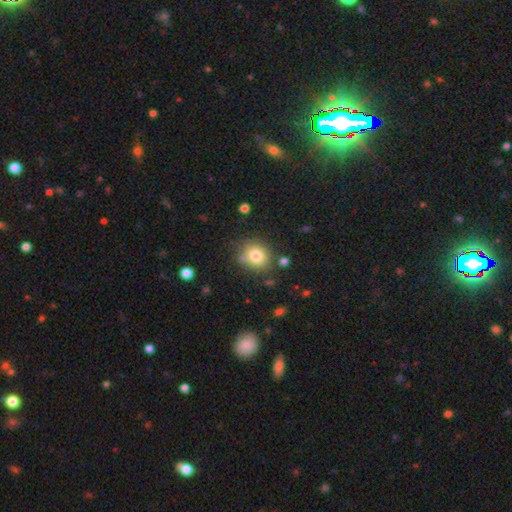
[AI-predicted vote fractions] smooth-or-featured: smooth: 79% | star or artifact: 11% | featured or disk: 10%
  how-rounded: round: 71% | in between: 28% | cigar-shaped: 1%
  merging: none: 75% | minor disturbance: 15% | merger: 6% | major disturbance: 4%